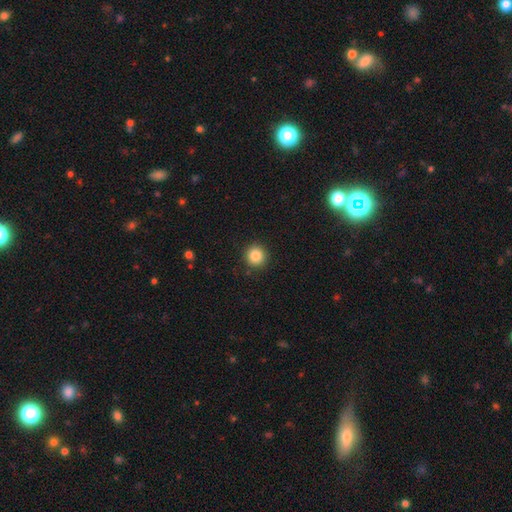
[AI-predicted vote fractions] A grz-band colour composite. It shows a smooth galaxy with no disk features (86%) that is round (94%). Merging: none (91%).